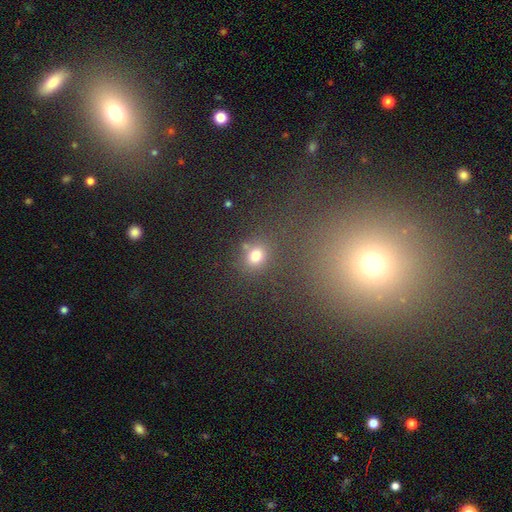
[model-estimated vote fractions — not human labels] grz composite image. It shows a smooth galaxy with no disk features (70%) that is round (69%). Merging: none (75%).